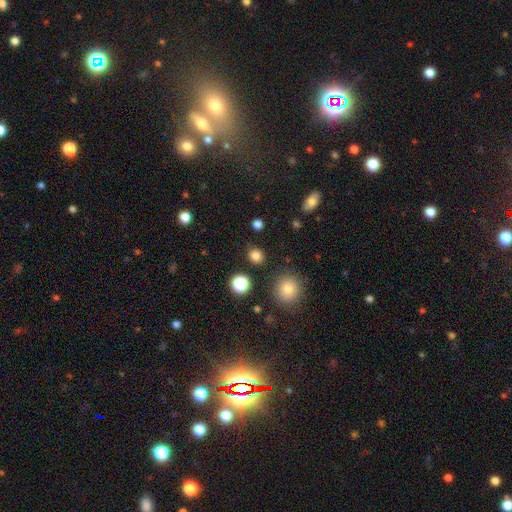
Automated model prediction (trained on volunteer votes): A smooth galaxy with no disk features (81%) that is round (75%).

Vote fractions:
- Smooth or featured? smooth: 81% / star or artifact: 15% / featured or disk: 4%
- How rounded? round: 75% / in between: 24% / cigar-shaped: 1%
- Merging? none: 87% / minor disturbance: 8% / major disturbance: 3% / merger: 3%